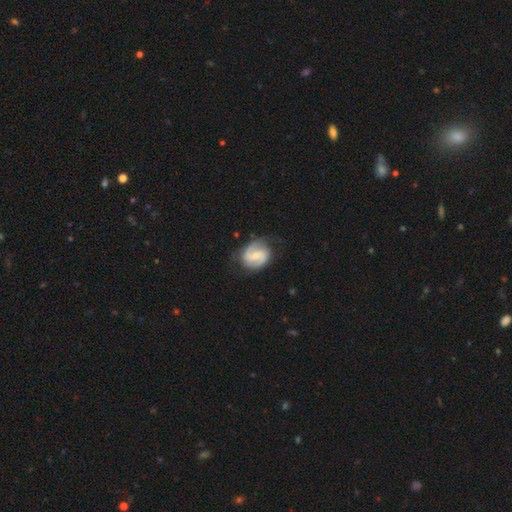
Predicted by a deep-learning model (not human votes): Smooth or featured?
  - featured or disk: 81% *
  - smooth: 14%
  - star or artifact: 5%
Edge-on disk?
  - no: 98% *
  - yes: 2%
Bar?
  - weak: 51% *
  - no: 33%
  - strong: 15%
Spiral arms?
  - yes: 96% *
  - no: 4%
Spiral winding?
  - medium: 52% *
  - tight: 28%
  - loose: 21%
Spiral arm count?
  - 2: 91% *
  - can't tell: 4%
  - 1: 2%
  - 3: 1%
  - 4: 1%
  - more than 4: 1%
Bulge size?
  - small: 53% *
  - moderate: 34%
  - none: 10%
  - large: 2%
  - dominant: 1%
Merging?
  - none: 77% *
  - minor disturbance: 17%
  - major disturbance: 5%
  - merger: 1%